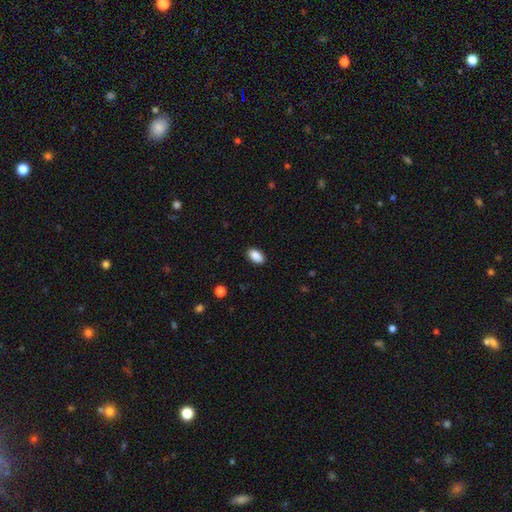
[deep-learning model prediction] The model was most divided on "merging": none: 88%, minor disturbance: 9%, major disturbance: 2%, merger: 1%. More confident: how rounded — in between (93%); smooth or featured — smooth (89%).